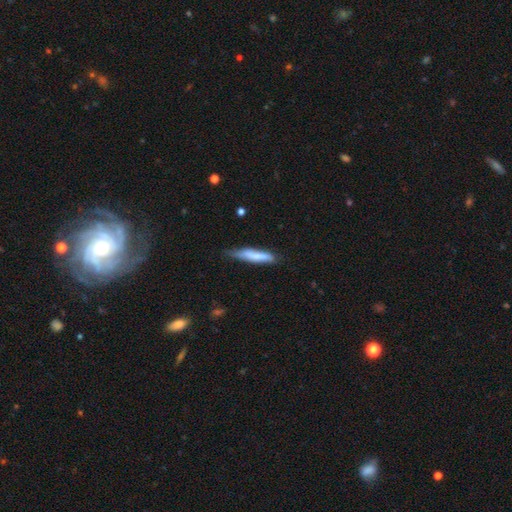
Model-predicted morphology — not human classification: A smooth galaxy with no disk features (71%) that is cigar-shaped (88%).

Vote fractions:
- Smooth or featured? smooth: 71% / featured or disk: 23% / star or artifact: 6%
- How rounded? cigar-shaped: 88% / in between: 10% / round: 1%
- Merging? none: 60% / minor disturbance: 32% / major disturbance: 6% / merger: 2%